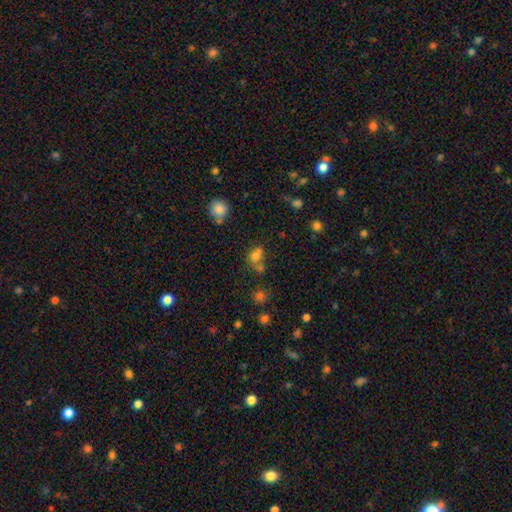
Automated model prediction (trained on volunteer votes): Q: Smooth or featured?
A: smooth (74%); runner-up: star or artifact (16%)
Q: How rounded?
A: in between (53%); runner-up: round (46%)
Q: Merging?
A: none (44%); runner-up: merger (33%)